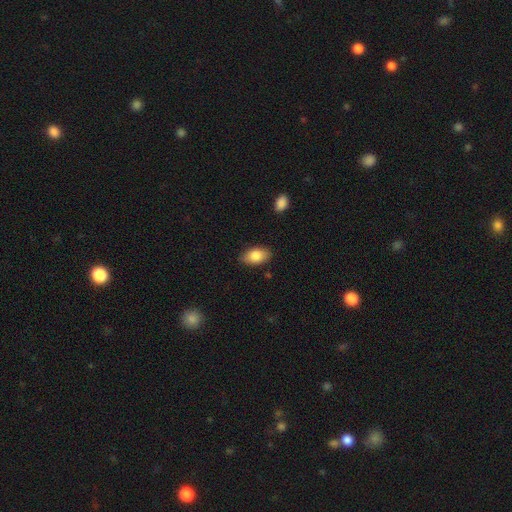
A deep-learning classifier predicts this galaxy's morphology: smooth_or_featured: smooth (p=0.84) [alt: featured or disk p=0.10]
how_rounded: in between (p=0.93) [alt: round p=0.05]
merging: none (p=0.84) [alt: minor disturbance p=0.12]